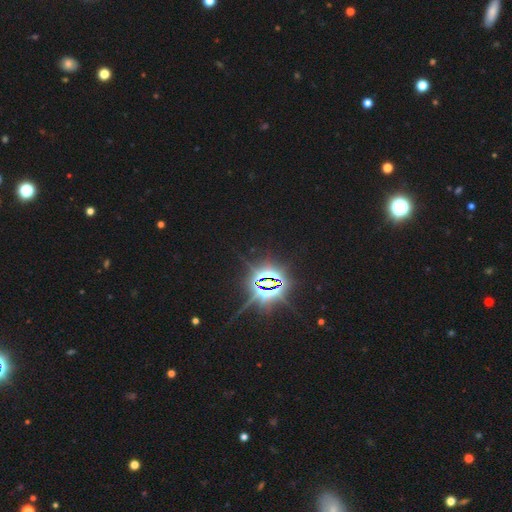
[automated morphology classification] Smooth or featured?
  - star or artifact: 83% *
  - smooth: 11%
  - featured or disk: 7%